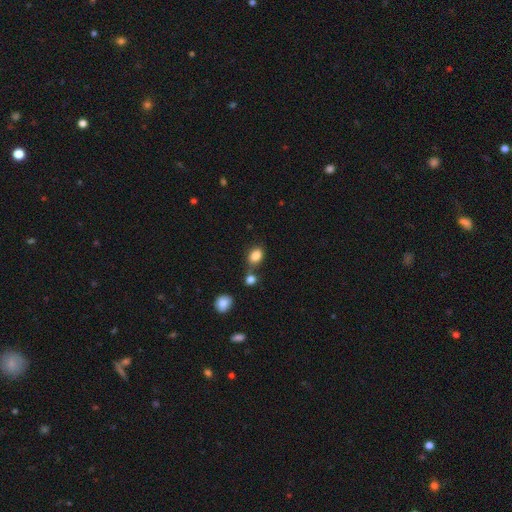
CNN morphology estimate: smooth 85%, star or artifact 10%, featured or disk 6%. Down the decision tree: how rounded — in between (70%); merging — none (63%).